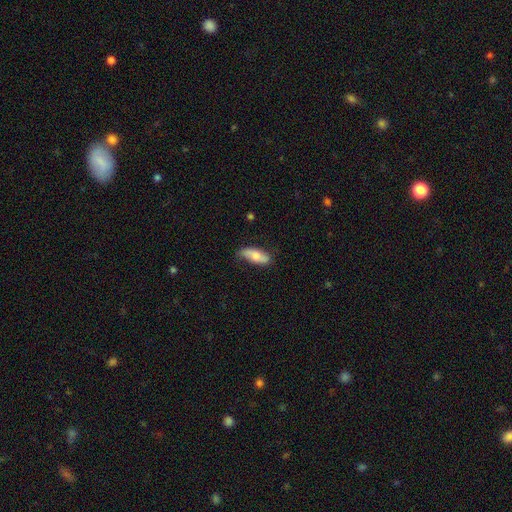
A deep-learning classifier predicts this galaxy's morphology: Overall: smooth (66%; featured or disk 28%). How rounded: in between (75%). Merging: none (70%).